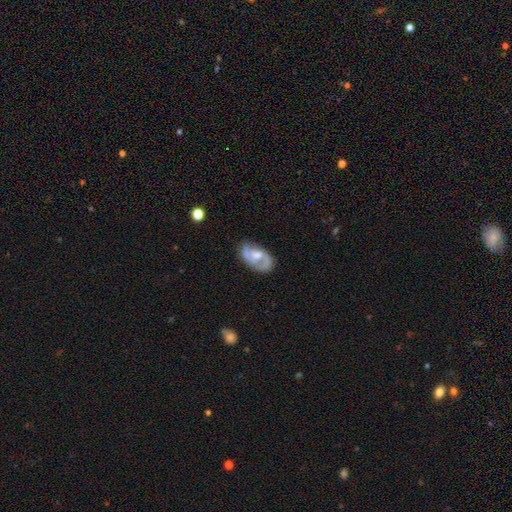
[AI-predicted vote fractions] Smooth or featured: featured or disk — 66% (smooth — 28%)
Edge-on disk: no — 95% (yes — 5%)
Bar: no — 59% (weak — 33%)
Spiral arms: yes — 71% (no — 29%)
Bulge size: moderate — 54% (small — 21%)
Merging: none — 64% (minor disturbance — 23%)